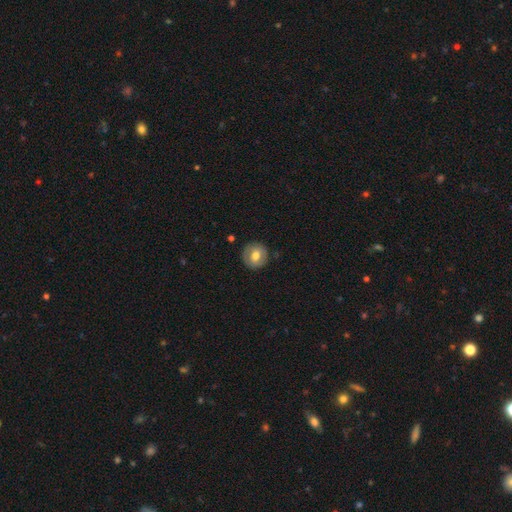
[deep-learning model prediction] The model was most divided on "smooth or featured": smooth: 63%, featured or disk: 29%, star or artifact: 7%. More confident: how rounded — round (89%); merging — none (86%).